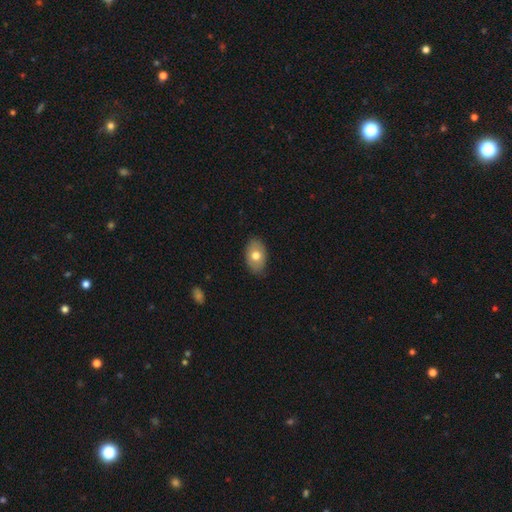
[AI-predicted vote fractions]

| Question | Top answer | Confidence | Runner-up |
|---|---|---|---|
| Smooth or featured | smooth | 70% | featured or disk (23%) |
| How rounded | in between | 88% | round (11%) |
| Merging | none | 84% | minor disturbance (13%) |